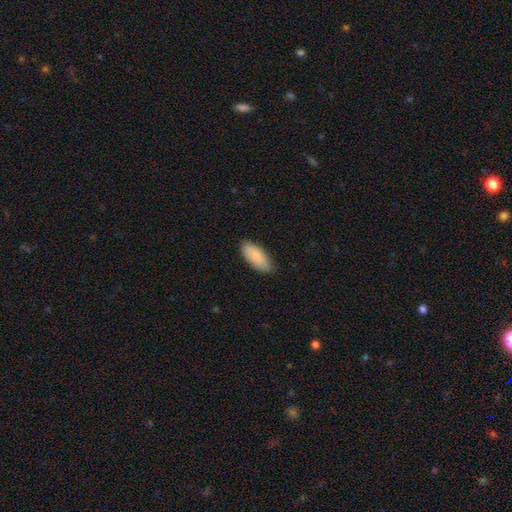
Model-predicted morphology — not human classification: smooth_or_featured: smooth (p=0.86) [alt: featured or disk p=0.08]
how_rounded: in between (p=0.89) [alt: cigar-shaped p=0.09]
merging: none (p=0.80) [alt: minor disturbance p=0.17]